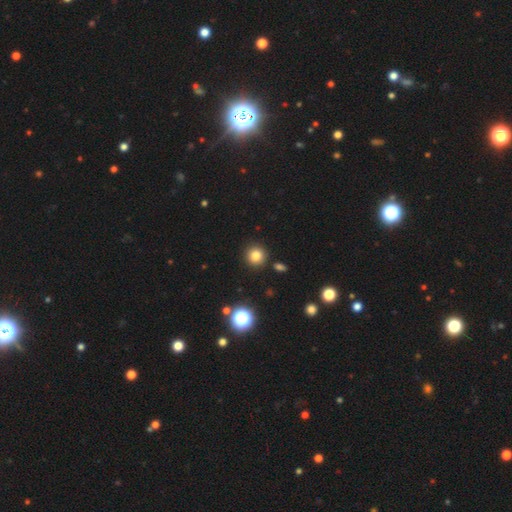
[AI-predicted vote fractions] A smooth galaxy with no disk features (80%) that is round (94%).

Vote fractions:
- Smooth or featured? smooth: 80% / star or artifact: 14% / featured or disk: 6%
- How rounded? round: 94% / in between: 5% / cigar-shaped: 1%
- Merging? none: 90% / minor disturbance: 5% / merger: 3% / major disturbance: 2%